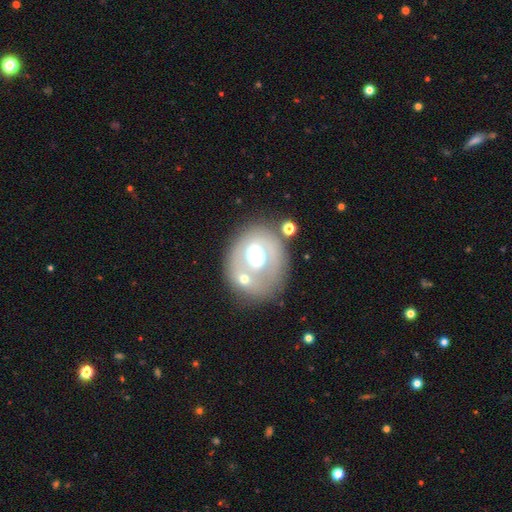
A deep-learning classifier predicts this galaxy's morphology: featured or disk 47%, smooth 41%, star or artifact 12%. Down the decision tree: merging — none (51%).